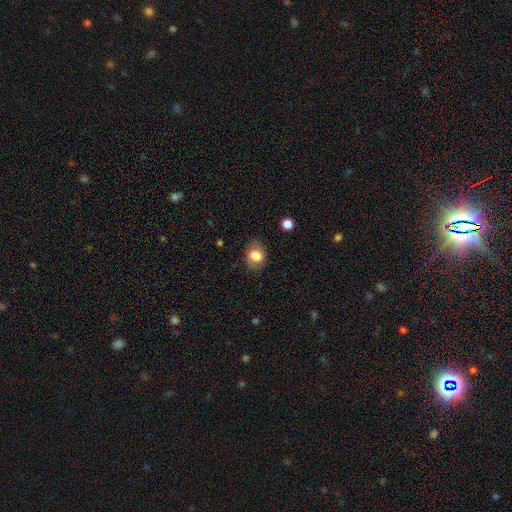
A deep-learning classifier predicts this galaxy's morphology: This appears to be a smooth galaxy with no disk features (78%) that is in between round and cigar-shaped (63%). Merging: none (79%).